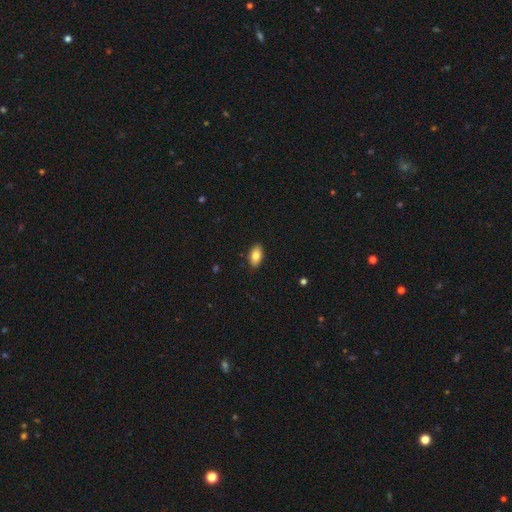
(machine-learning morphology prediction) Q: Smooth or featured?
A: smooth (82%); runner-up: featured or disk (10%)
Q: How rounded?
A: in between (92%); runner-up: round (5%)
Q: Merging?
A: none (88%); runner-up: minor disturbance (9%)